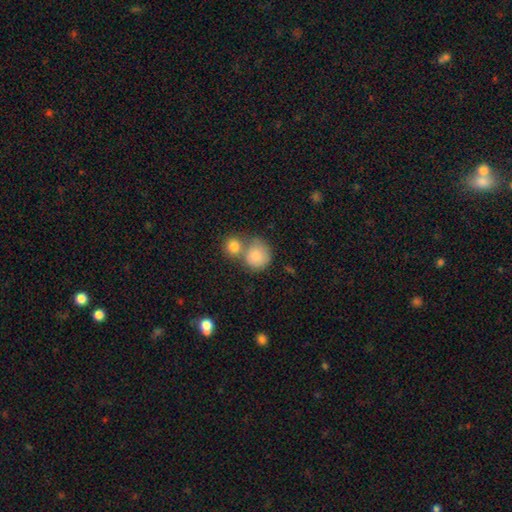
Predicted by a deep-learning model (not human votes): Morphology: type=smooth (80%); roundness=round (86%); merging=none (46%).